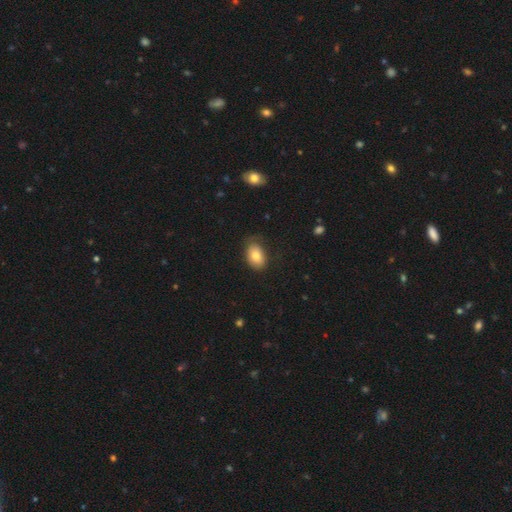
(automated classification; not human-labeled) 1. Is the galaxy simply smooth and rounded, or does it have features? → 81% smooth, 12% featured or disk, 8% star or artifact.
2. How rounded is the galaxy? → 86% in between, 13% round, 1% cigar-shaped.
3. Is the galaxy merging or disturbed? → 69% none, 23% minor disturbance, 7% major disturbance, 1% merger.